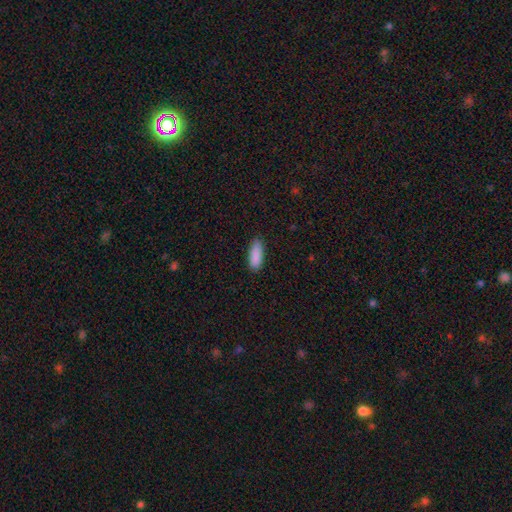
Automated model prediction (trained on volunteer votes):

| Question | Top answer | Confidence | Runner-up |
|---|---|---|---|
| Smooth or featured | smooth | 90% | star or artifact (6%) |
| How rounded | in between | 72% | cigar-shaped (27%) |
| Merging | none | 85% | minor disturbance (12%) |